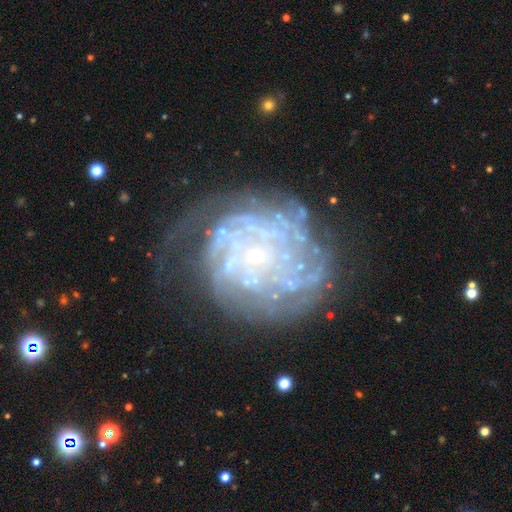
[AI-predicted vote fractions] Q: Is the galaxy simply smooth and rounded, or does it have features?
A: featured or disk — 81%.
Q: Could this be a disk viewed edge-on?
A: no — 97%.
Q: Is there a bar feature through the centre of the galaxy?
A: no — 82%.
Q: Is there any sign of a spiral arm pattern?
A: yes — 87%.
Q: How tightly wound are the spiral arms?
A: tight — 70%.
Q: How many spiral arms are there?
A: can't tell — 37%.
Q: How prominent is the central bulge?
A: small — 86%.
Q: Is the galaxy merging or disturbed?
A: none — 56%.